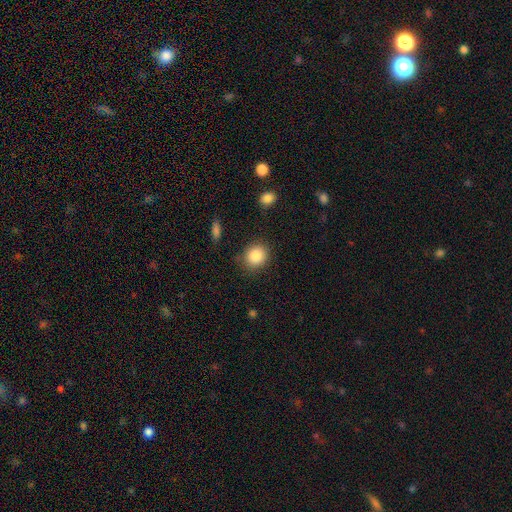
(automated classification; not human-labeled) smooth_or_featured: smooth (p=0.87) [alt: star or artifact p=0.08]
how_rounded: round (p=0.73) [alt: in between p=0.26]
merging: none (p=0.84) [alt: minor disturbance p=0.10]